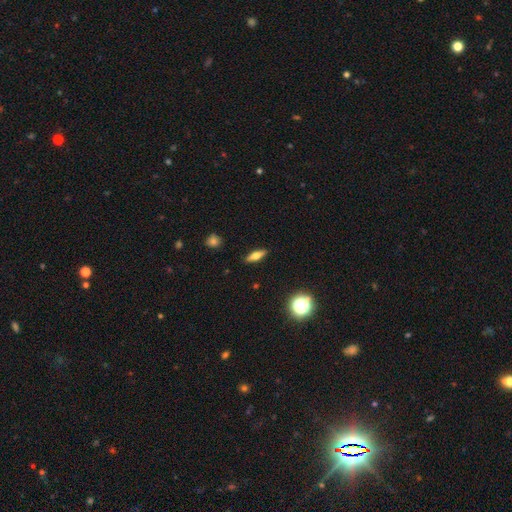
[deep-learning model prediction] Morphology: type=smooth (62%); roundness=in between (52%); merging=none (89%).